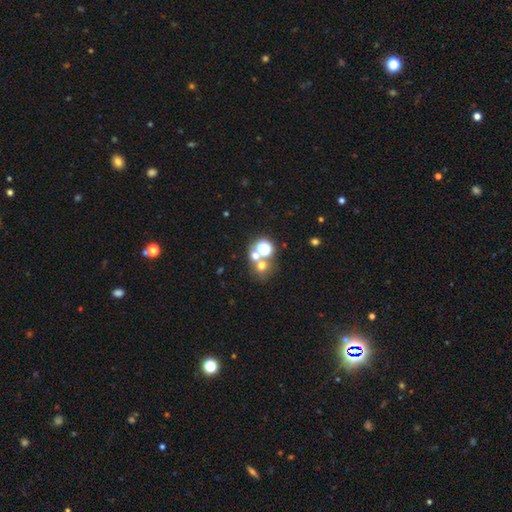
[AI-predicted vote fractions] Morphology: type=smooth (52%); roundness=round (77%); merging=none (49%).